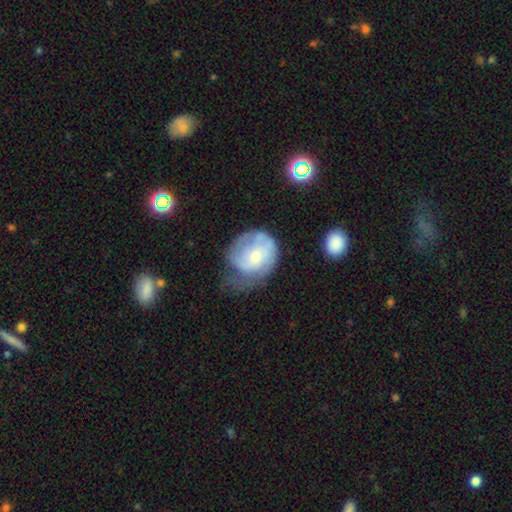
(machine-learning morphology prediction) Smooth or featured? featured or disk (58%)
Edge-on disk? no (97%)
Bar? no (71%)
Spiral arms? yes (72%)
Bulge size? small (56%)
Merging? none (34%)